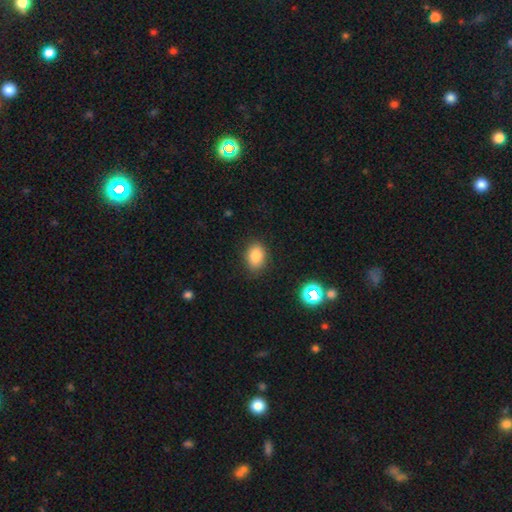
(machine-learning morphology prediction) Smooth or featured: smooth — 83% (star or artifact — 10%)
How rounded: in between — 76% (round — 23%)
Merging: none — 84% (minor disturbance — 12%)